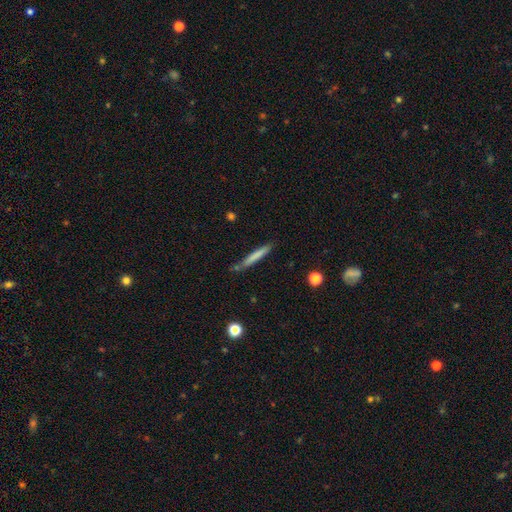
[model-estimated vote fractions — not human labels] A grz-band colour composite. It shows a smooth galaxy with no disk features (74%) that is cigar-shaped (95%). Merging: none (78%).